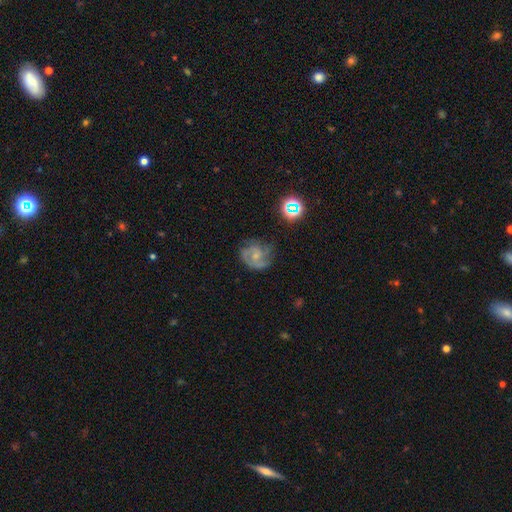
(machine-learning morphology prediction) The model was most divided on "spiral winding": medium: 46%, tight: 40%, loose: 14%. Remaining: edge-on disk — no (98%); spiral arms — yes (93%); smooth or featured — featured or disk (76%); bar — no (67%); bulge size — small (62%); merging — none (60%); spiral arm count — 2 (39%).